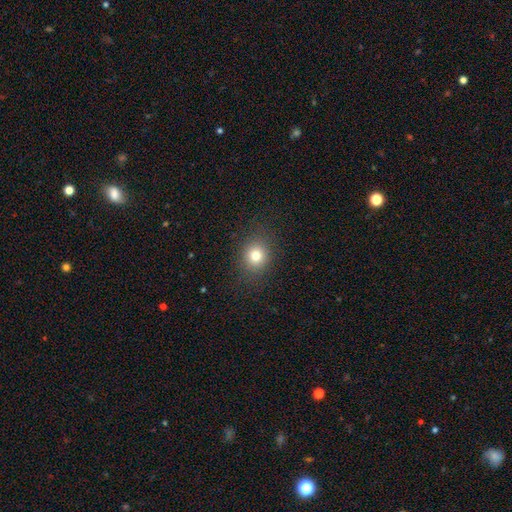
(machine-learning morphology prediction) A smooth galaxy with no disk features (78%) that is round (71%).

Vote fractions:
- Smooth or featured? smooth: 78% / star or artifact: 14% / featured or disk: 9%
- How rounded? round: 71% / in between: 28% / cigar-shaped: 1%
- Merging? none: 86% / minor disturbance: 9% / major disturbance: 4% / merger: 1%